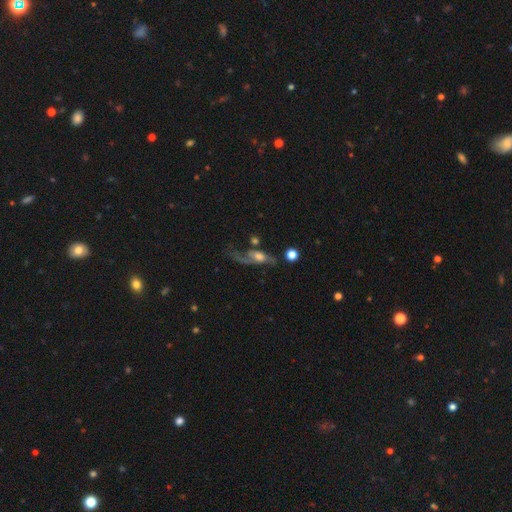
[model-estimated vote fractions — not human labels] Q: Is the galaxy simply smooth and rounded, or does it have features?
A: featured or disk — 67%.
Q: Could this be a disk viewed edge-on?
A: no — 81%.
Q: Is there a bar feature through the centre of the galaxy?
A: no — 68%.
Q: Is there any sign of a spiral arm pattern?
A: yes — 79%.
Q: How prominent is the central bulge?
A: moderate — 49%.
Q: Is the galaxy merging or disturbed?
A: major disturbance — 35%.